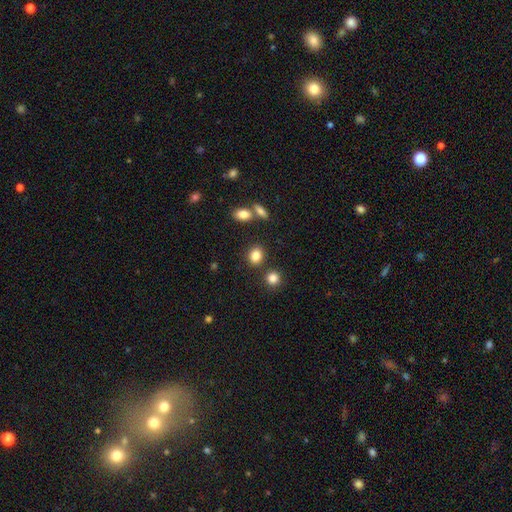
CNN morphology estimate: smooth 84%, star or artifact 11%, featured or disk 6%. Down the decision tree: how rounded — round (60%); merging — none (79%).